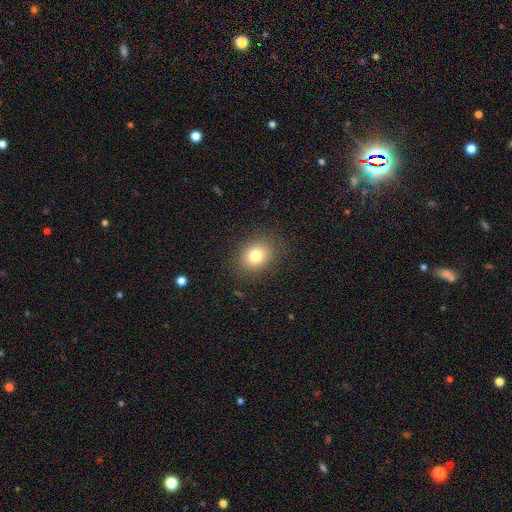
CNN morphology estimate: A smooth galaxy with no disk features (79%) that is round (52%). Merging: none (86%).